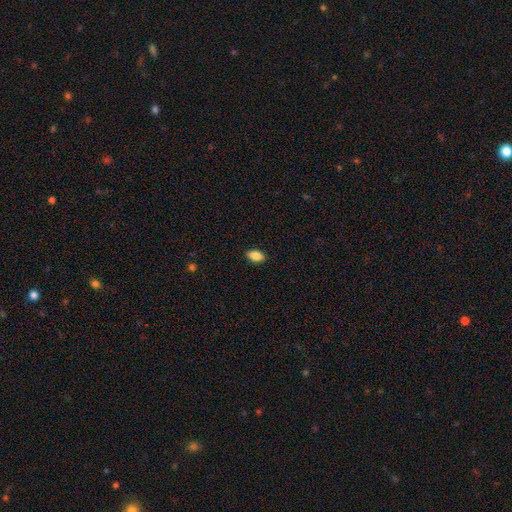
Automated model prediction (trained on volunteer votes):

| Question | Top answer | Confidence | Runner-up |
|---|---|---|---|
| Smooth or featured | smooth | 86% | star or artifact (8%) |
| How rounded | in between | 90% | round (5%) |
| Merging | none | 88% | minor disturbance (9%) |